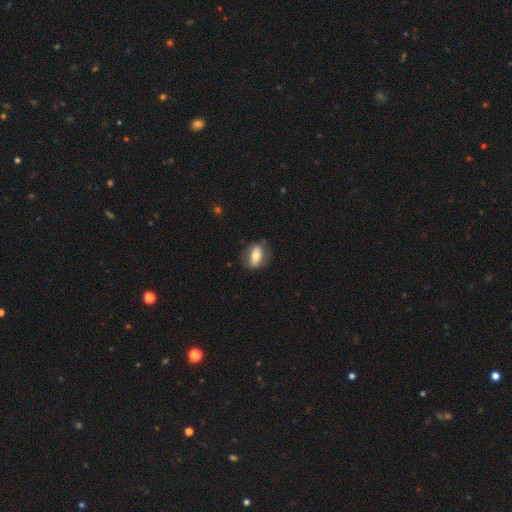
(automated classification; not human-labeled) smooth_or_featured: smooth (p=0.59) [alt: featured or disk p=0.34]
how_rounded: in between (p=0.78) [alt: round p=0.14]
merging: none (p=0.73) [alt: minor disturbance p=0.18]